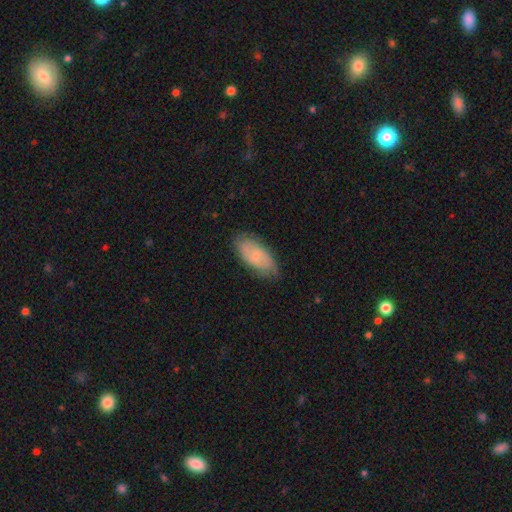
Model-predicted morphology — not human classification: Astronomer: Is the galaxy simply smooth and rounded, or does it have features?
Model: smooth — 60%.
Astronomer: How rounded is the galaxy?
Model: in between — 89%.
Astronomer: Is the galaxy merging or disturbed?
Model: none — 75%.